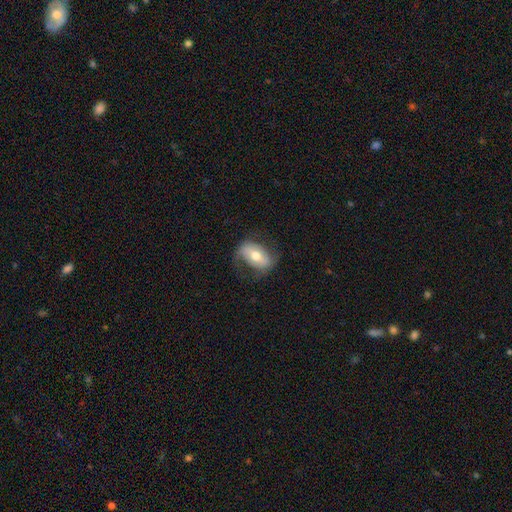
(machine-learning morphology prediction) Smooth or featured? featured or disk (51%)
Edge-on disk? no (93%)
Merging? none (63%)